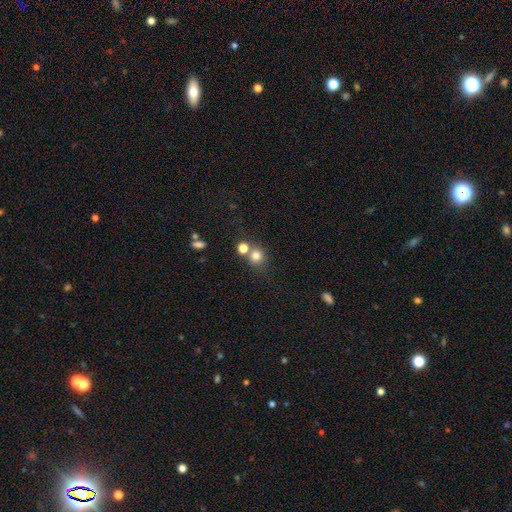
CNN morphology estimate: Smooth or featured?
  - smooth: 78% *
  - star or artifact: 14%
  - featured or disk: 8%
How rounded?
  - round: 86% *
  - in between: 13%
  - cigar-shaped: 1%
Merging?
  - none: 58% *
  - merger: 30%
  - minor disturbance: 8%
  - major disturbance: 4%